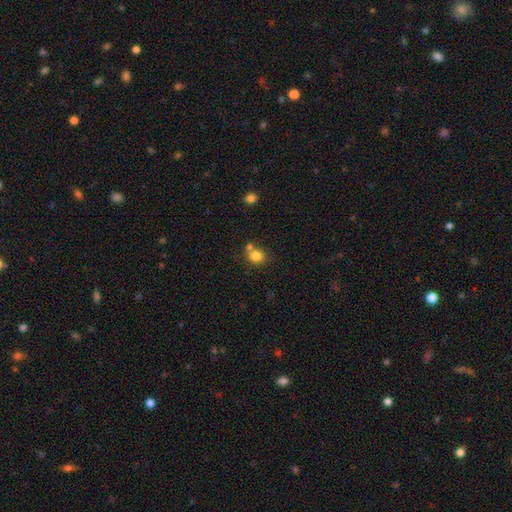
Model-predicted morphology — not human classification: This appears to be a smooth galaxy with no disk features (81%) that is round (76%). Merging: none (57%).